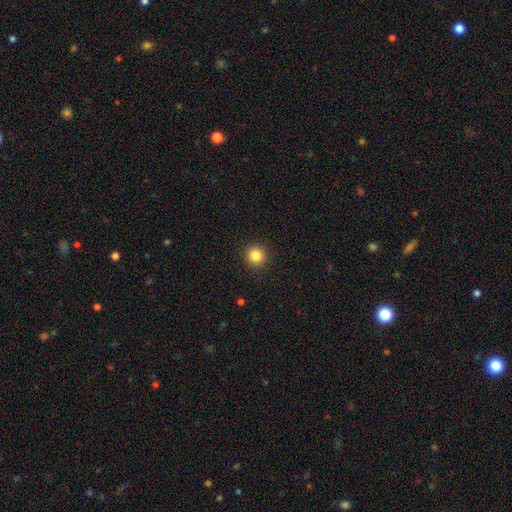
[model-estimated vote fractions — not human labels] Q: Smooth or featured?
A: smooth (84%); runner-up: star or artifact (11%)
Q: How rounded?
A: round (95%); runner-up: in between (4%)
Q: Merging?
A: none (93%); runner-up: minor disturbance (5%)